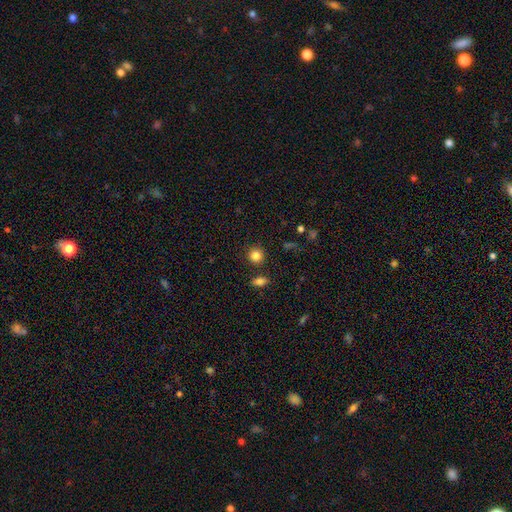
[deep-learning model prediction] This is clearly a smooth galaxy (84%). How rounded: clearly round (91%). Merging: clearly none (87%).